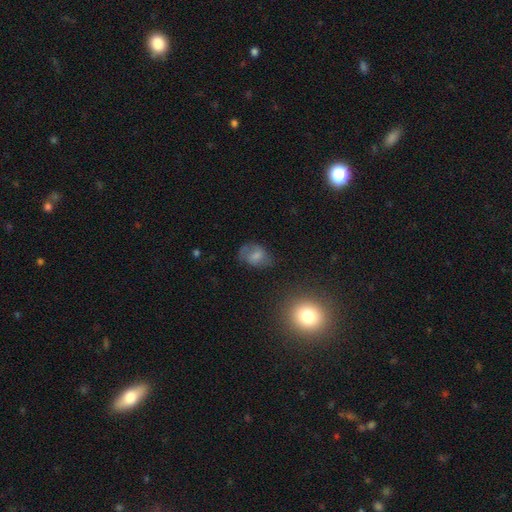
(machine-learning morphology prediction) This is likely a smooth galaxy (62%). How rounded: likely in between (69%). Merging: possibly none (50%).